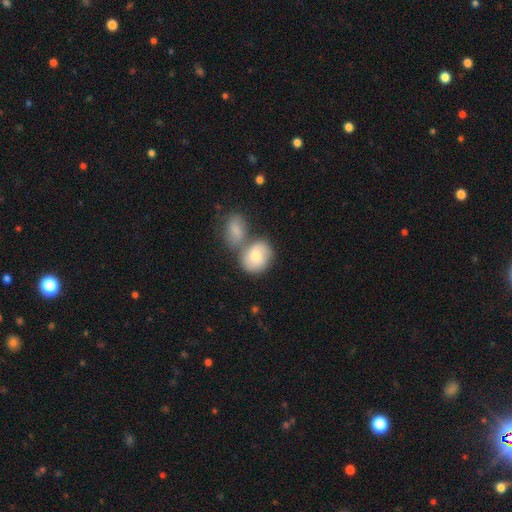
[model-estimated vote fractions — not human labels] Smooth or featured? smooth (69%)
How rounded? round (50%)
Merging? merger (48%)